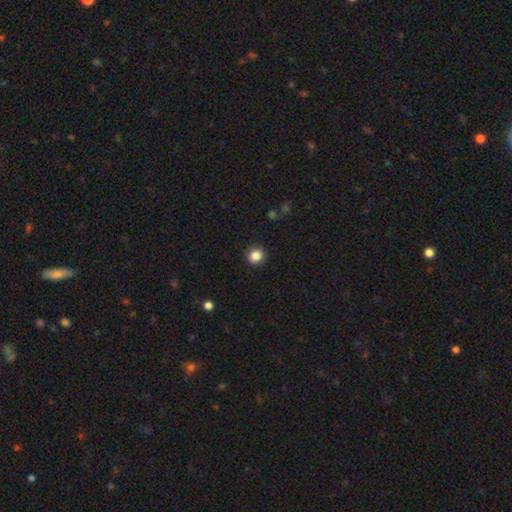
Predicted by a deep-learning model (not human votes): A smooth galaxy with no disk features (86%) that is round (84%).

Vote fractions:
- Smooth or featured? smooth: 86% / star or artifact: 10% / featured or disk: 4%
- How rounded? round: 84% / in between: 15% / cigar-shaped: 1%
- Merging? none: 90% / minor disturbance: 7% / major disturbance: 2% / merger: 1%